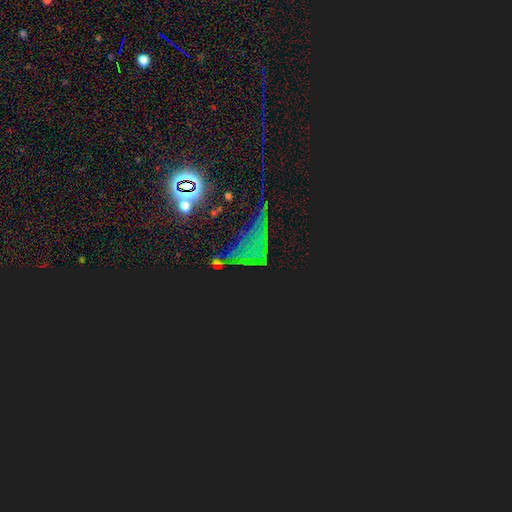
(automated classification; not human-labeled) A star or artifact, not a galaxy (76%).